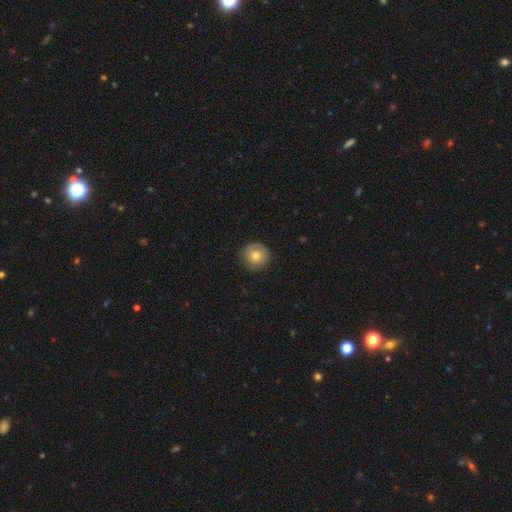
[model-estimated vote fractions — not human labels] Overall: smooth (74%). How rounded: round (94%). Merging: none (84%).